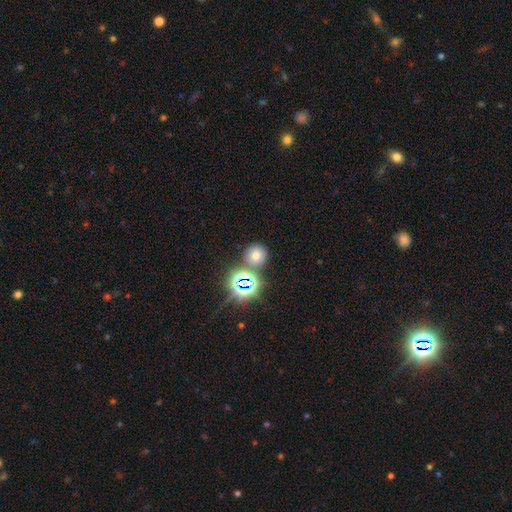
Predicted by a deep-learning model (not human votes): Smooth or featured: smooth — 60% (star or artifact — 29%)
How rounded: round — 90% (in between — 9%)
Merging: none — 77% (merger — 11%)